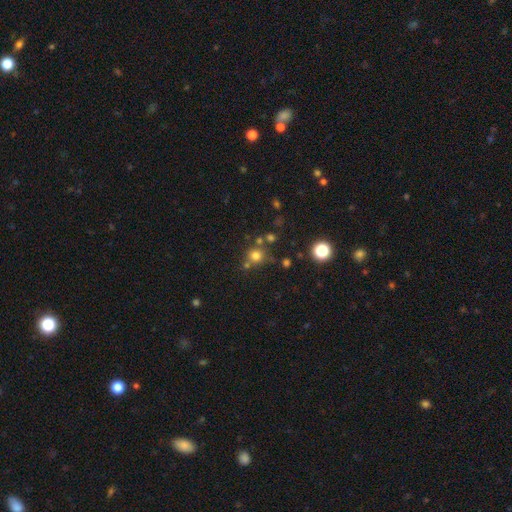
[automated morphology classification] Overall: smooth (74%). How rounded: round (90%). Merging: none (68%).